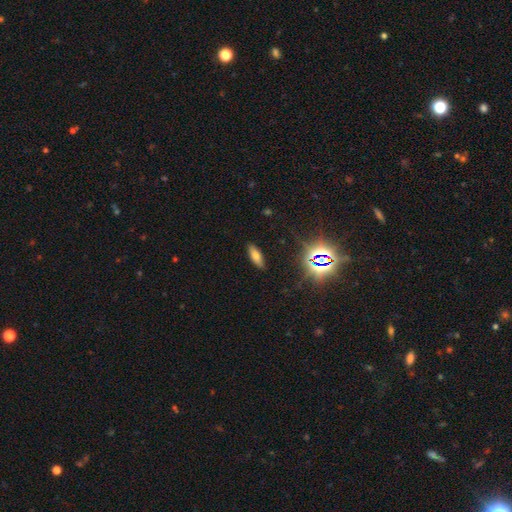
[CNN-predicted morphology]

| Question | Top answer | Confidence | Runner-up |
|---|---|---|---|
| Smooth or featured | smooth | 63% | star or artifact (19%) |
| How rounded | in between | 68% | cigar-shaped (29%) |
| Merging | none | 88% | minor disturbance (9%) |